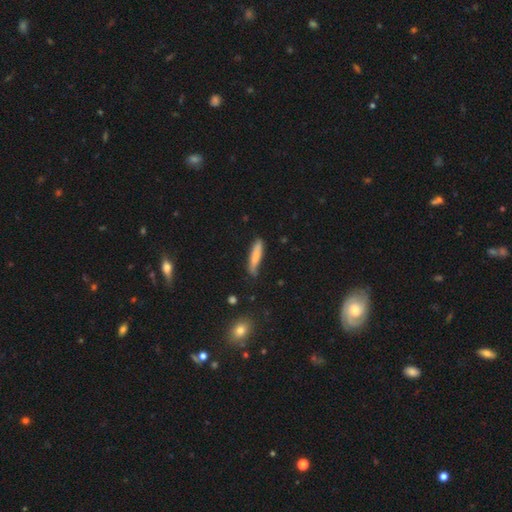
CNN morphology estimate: Smooth or featured? smooth (78%)
How rounded? cigar-shaped (85%)
Merging? none (68%)